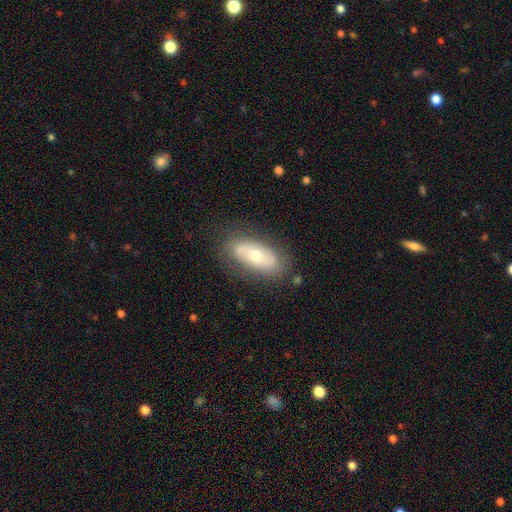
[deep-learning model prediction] Overall: featured or disk (47%; smooth 46%). Merging: none (80%).